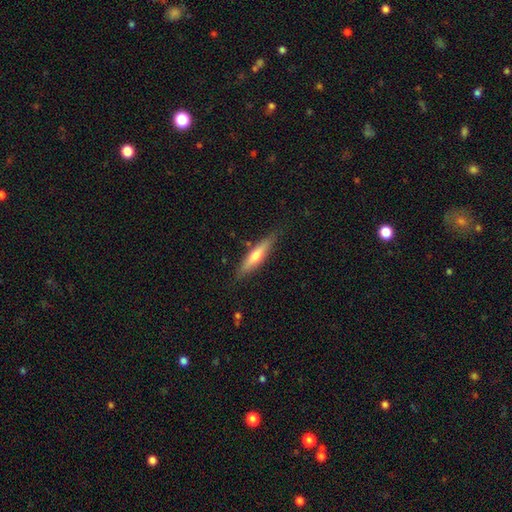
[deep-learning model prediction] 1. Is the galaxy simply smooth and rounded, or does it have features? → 50% smooth, 44% featured or disk, 6% star or artifact.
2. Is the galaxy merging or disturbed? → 83% none, 13% minor disturbance, 3% major disturbance, 2% merger.